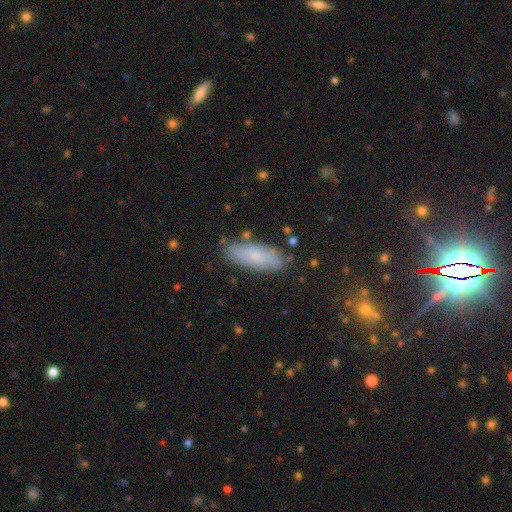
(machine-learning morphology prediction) type=smooth (75%); roundness=in between (63%); merging=none (81%).